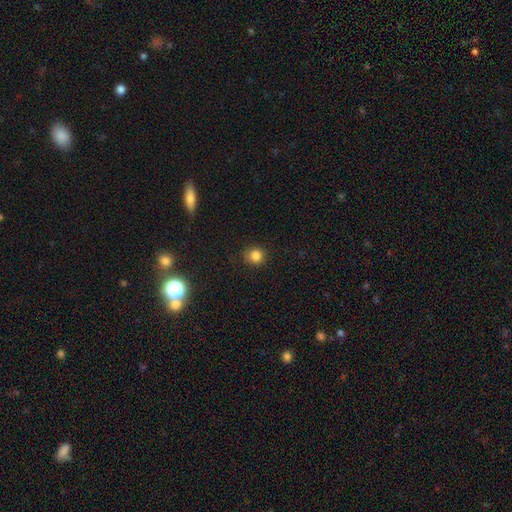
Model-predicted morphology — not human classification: This appears to be a smooth galaxy with no disk features (83%) that is round (88%). Merging: none (83%).